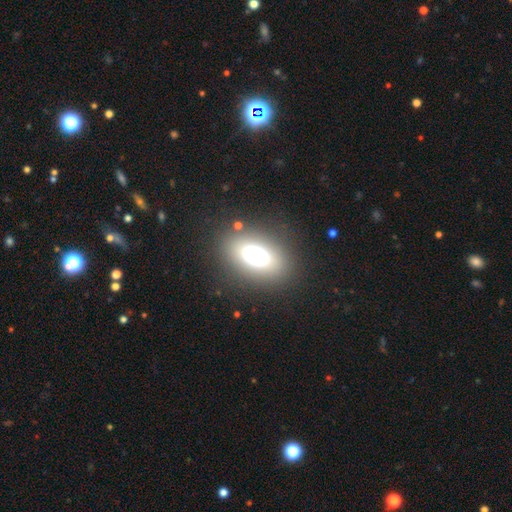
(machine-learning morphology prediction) smooth-or-featured: smooth: 55% | featured or disk: 23% | star or artifact: 22%
  how-rounded: in between: 71% | round: 26% | cigar-shaped: 3%
  merging: none: 80% | minor disturbance: 11% | major disturbance: 7% | merger: 3%